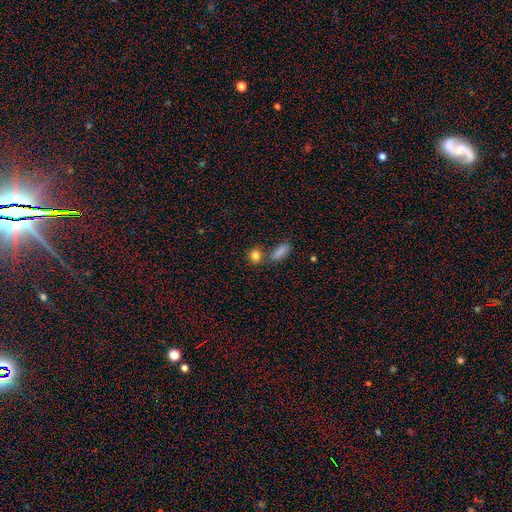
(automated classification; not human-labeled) Q: Smooth or featured?
A: smooth (84%); runner-up: star or artifact (11%)
Q: How rounded?
A: round (75%); runner-up: in between (23%)
Q: Merging?
A: none (64%); runner-up: merger (22%)